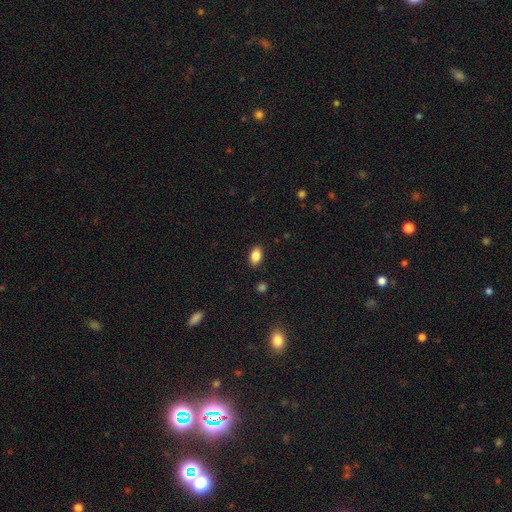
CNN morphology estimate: type=smooth (87%); roundness=in between (90%); merging=none (88%).